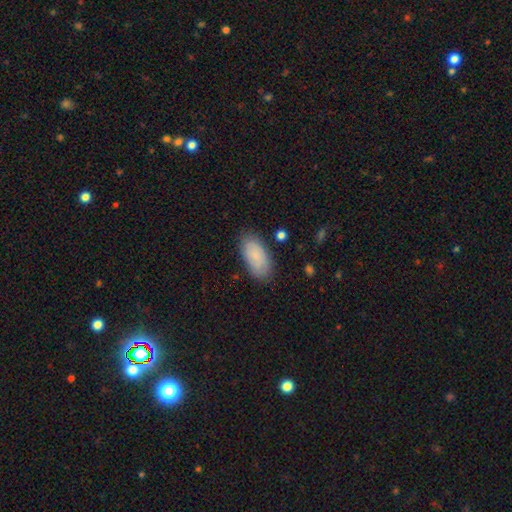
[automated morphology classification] type=smooth (78%); roundness=in between (93%); merging=none (80%).